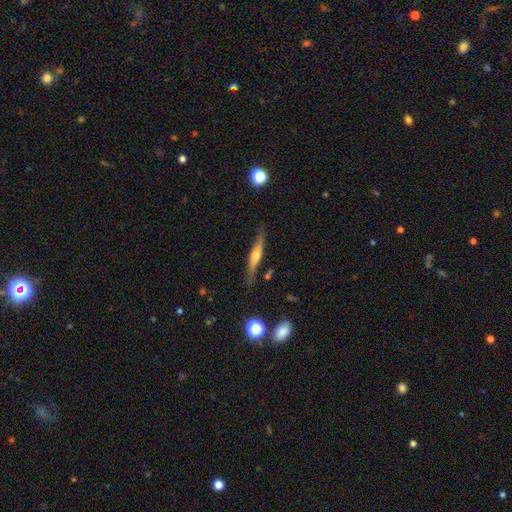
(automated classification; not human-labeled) Smooth or featured? Predicted: featured or disk (p=0.59). Edge-on disk? Predicted: yes (p=0.94). Edge-on bulge? Predicted: rounded (p=0.87). Merging? Predicted: none (p=0.81).